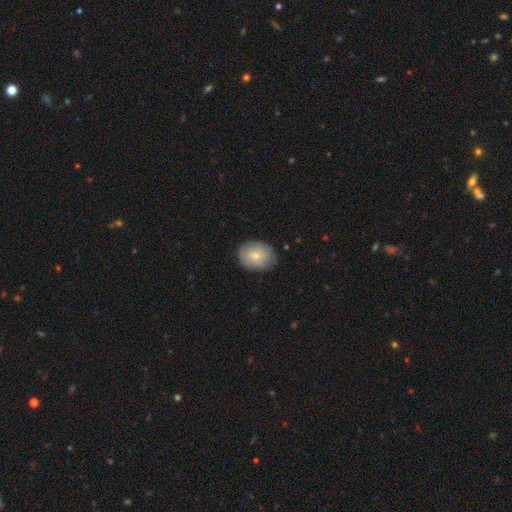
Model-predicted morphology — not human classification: This appears to be a smooth galaxy with no disk features (77%) that is in between round and cigar-shaped (52%). Merging: none (79%).